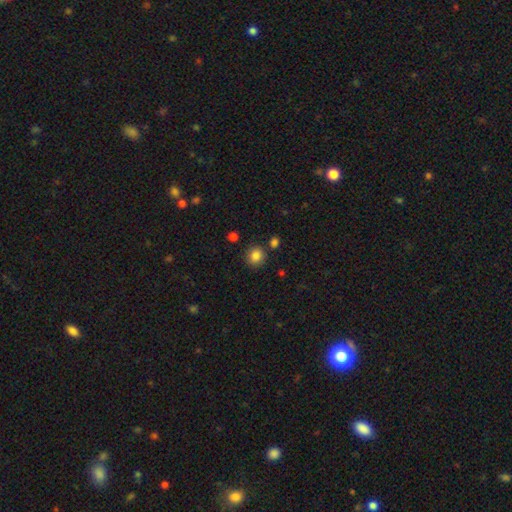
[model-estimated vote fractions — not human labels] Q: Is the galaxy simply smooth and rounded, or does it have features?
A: smooth — 85%.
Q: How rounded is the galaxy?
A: round — 87%.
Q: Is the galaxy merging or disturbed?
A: none — 85%.